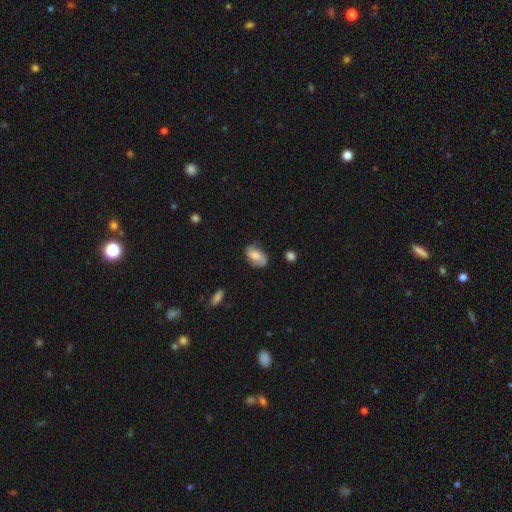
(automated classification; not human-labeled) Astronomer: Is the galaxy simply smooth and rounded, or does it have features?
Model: smooth — 63%.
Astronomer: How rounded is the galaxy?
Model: in between — 90%.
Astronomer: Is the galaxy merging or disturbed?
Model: none — 69%.